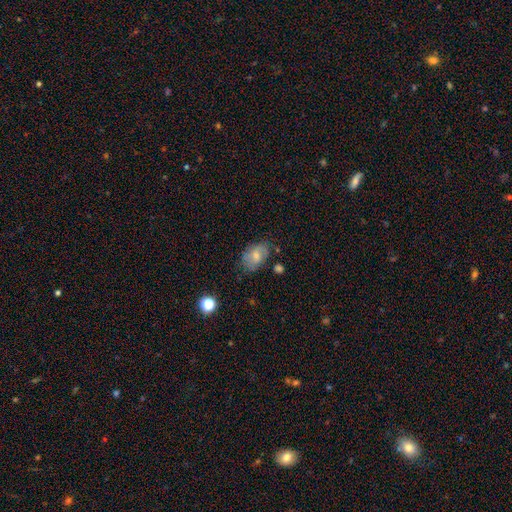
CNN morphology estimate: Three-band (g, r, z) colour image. It shows a smooth galaxy with no disk features (69%) that is in between round and cigar-shaped (87%). Merging: none (68%).